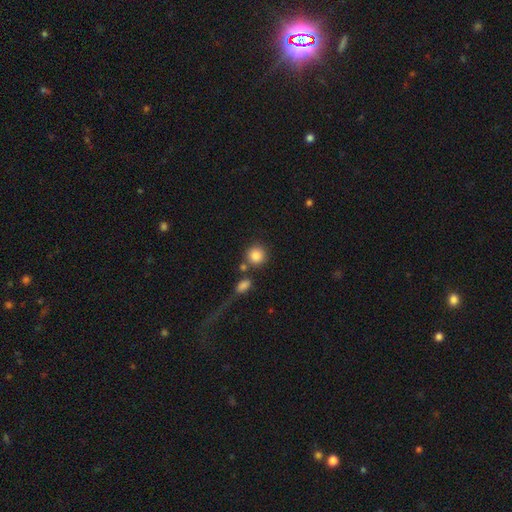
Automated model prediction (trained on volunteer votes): smooth 86%, star or artifact 8%, featured or disk 6%. Down the decision tree: how rounded — round (89%); merging — none (67%).